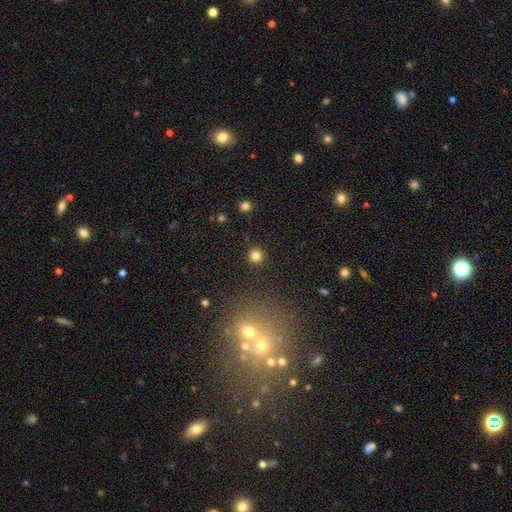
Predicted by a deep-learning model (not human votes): The model was most divided on "smooth or featured": smooth: 81%, star or artifact: 14%, featured or disk: 5%. More confident: how rounded — round (95%); merging — none (92%).